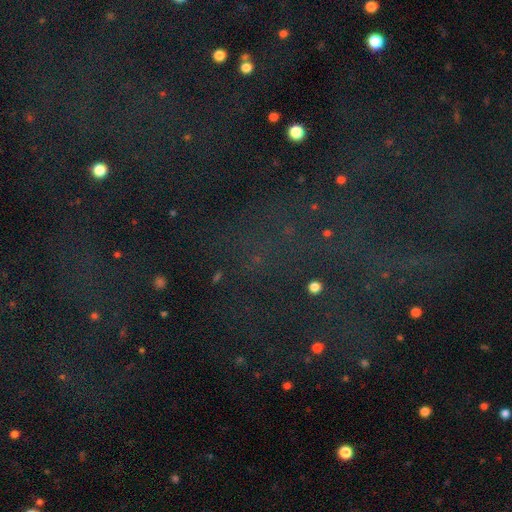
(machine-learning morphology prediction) Q: Smooth or featured?
A: star or artifact (75%); runner-up: smooth (13%)